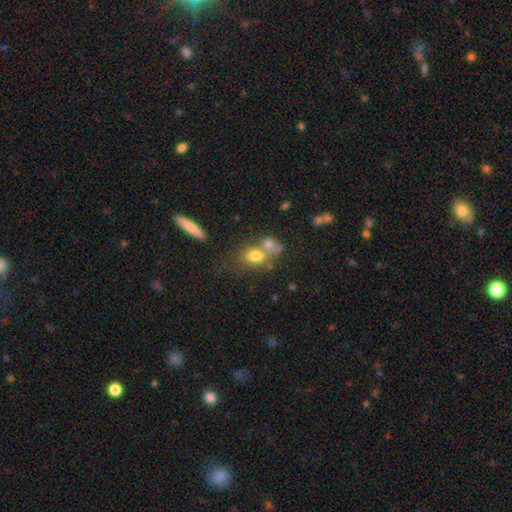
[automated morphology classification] Smooth or featured: smooth — 74% (featured or disk — 15%)
How rounded: in between — 57% (round — 40%)
Merging: merger — 41% (none — 39%)